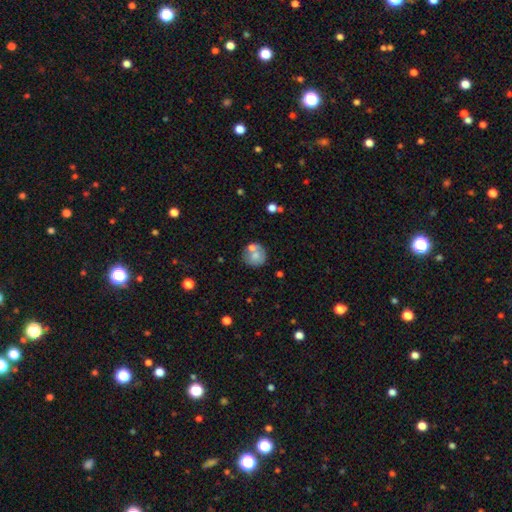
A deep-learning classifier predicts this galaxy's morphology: Smooth or featured? Predicted: smooth (p=0.64). How rounded? Predicted: round (p=0.86). Merging? Predicted: none (p=0.54).